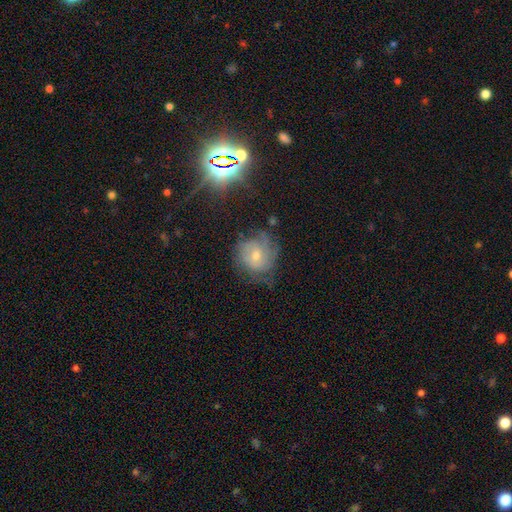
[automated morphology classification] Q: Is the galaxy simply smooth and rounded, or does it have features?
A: featured or disk — 55%.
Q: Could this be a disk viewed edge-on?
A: no — 97%.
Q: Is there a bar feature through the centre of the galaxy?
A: no — 68%.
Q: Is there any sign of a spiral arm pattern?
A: yes — 79%.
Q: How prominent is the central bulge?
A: small — 50%.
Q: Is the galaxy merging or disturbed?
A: none — 54%.